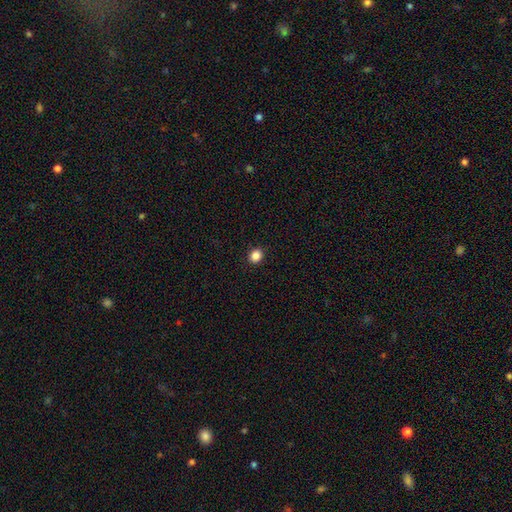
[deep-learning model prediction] This is clearly a smooth galaxy (86%). How rounded: likely round (75%). Merging: clearly none (92%).